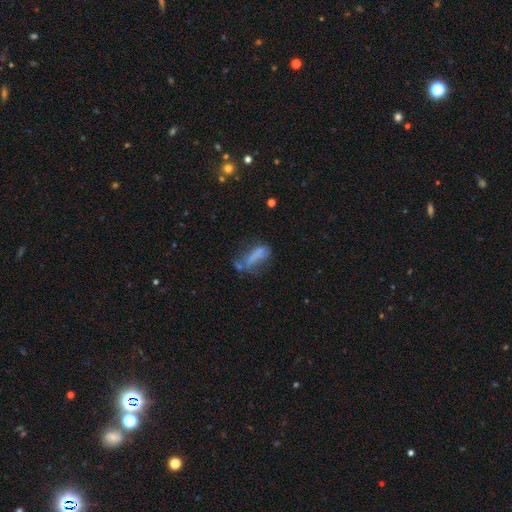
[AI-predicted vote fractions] smooth 60%, featured or disk 25%, star or artifact 15%. Down the decision tree: how rounded — in between (52%); merging — major disturbance (34%).